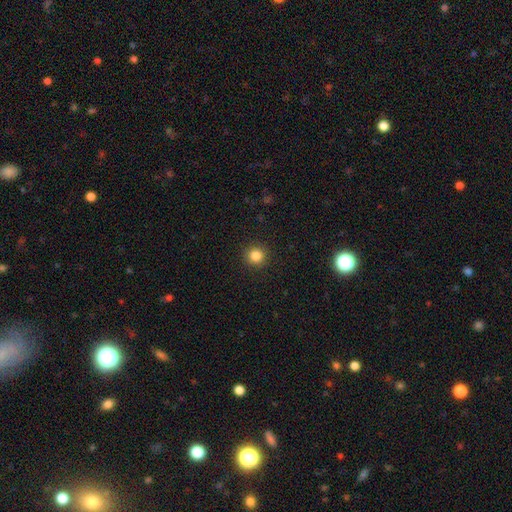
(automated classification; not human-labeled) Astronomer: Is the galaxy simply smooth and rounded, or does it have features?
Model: smooth — 84%.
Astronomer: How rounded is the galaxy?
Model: round — 94%.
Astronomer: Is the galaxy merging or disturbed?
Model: none — 92%.